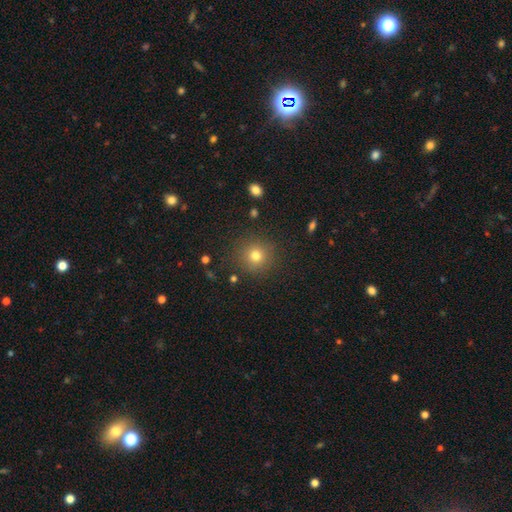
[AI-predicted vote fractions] Morphology: type=smooth (77%); roundness=round (93%); merging=none (88%).